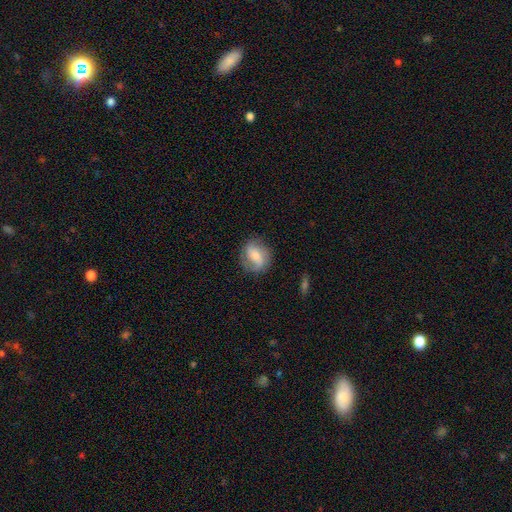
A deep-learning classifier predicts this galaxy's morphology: The model was most divided on "bulge size": small: 46%, moderate: 42%, large: 6%, none: 5%, dominant: 2%. Remaining: edge-on disk — no (96%); spiral arms — yes (84%); merging — none (73%); smooth or featured — featured or disk (53%); bar — weak (42%).